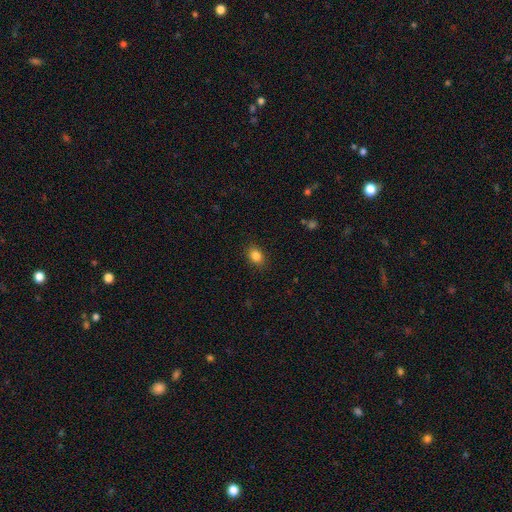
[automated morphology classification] This is clearly a smooth galaxy (85%). How rounded: likely in between (70%). Merging: clearly none (88%).